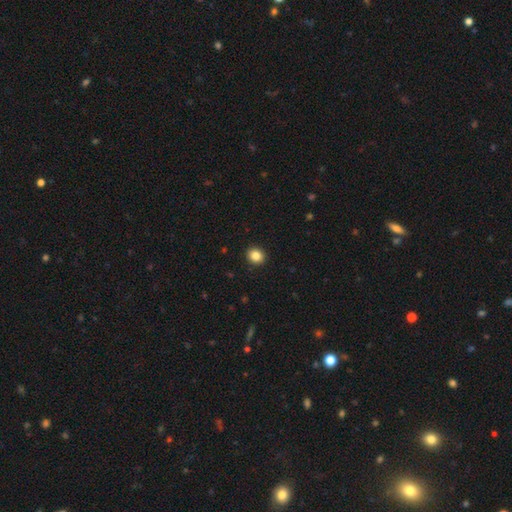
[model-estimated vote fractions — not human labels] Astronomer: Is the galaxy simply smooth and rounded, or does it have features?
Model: smooth — 85%.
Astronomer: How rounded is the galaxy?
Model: round — 81%.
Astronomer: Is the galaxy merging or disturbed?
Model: none — 92%.